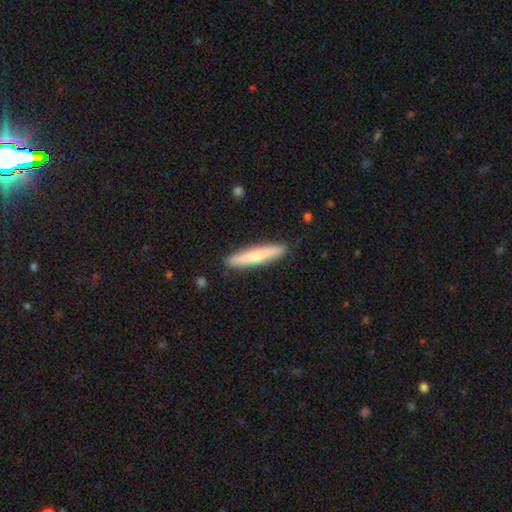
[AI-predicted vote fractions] Smooth or featured? smooth (62%)
How rounded? cigar-shaped (92%)
Merging? none (90%)